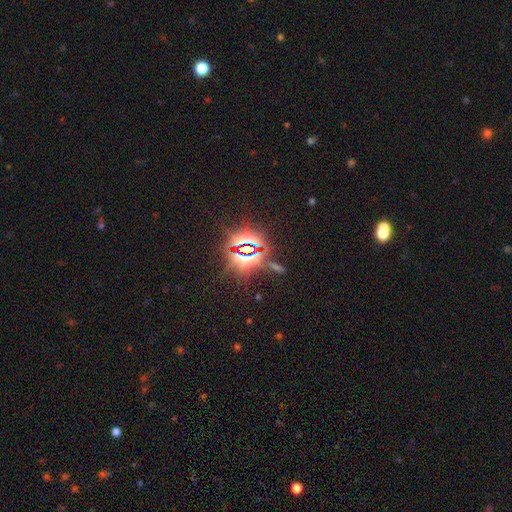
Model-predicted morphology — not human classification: Q: Smooth or featured?
A: star or artifact (81%); runner-up: smooth (12%)